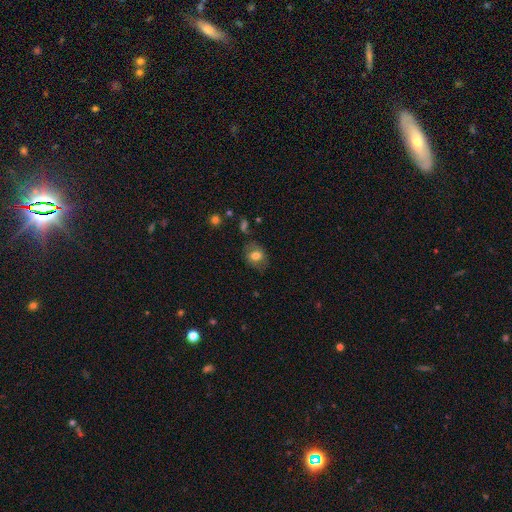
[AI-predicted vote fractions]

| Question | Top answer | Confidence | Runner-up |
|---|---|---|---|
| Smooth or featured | smooth | 70% | featured or disk (21%) |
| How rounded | in between | 57% | round (42%) |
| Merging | none | 68% | minor disturbance (21%) |